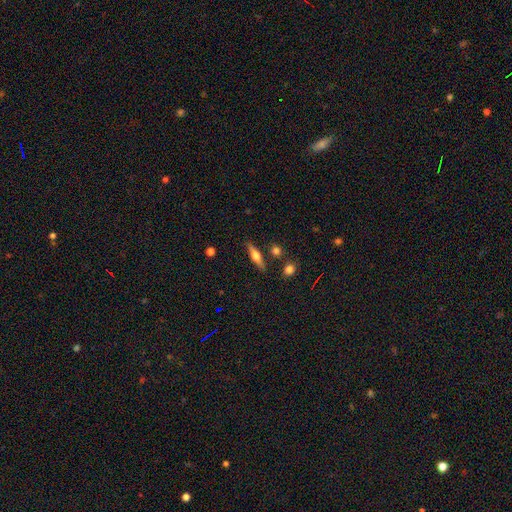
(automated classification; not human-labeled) featured or disk 62%, smooth 32%, star or artifact 7%. Down the decision tree: edge-on disk — yes (96%); edge-on bulge — rounded (93%); merging — none (85%).